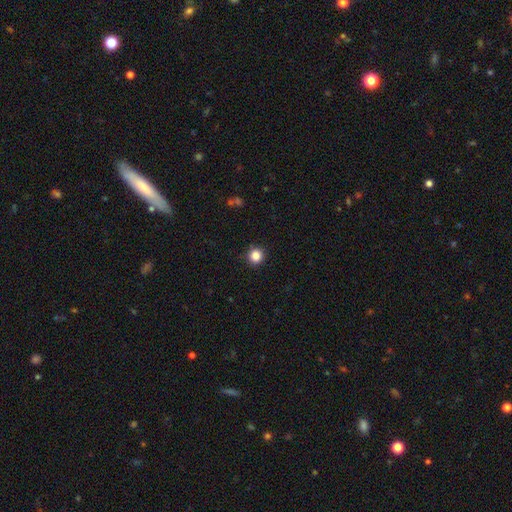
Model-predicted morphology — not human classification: Smooth or featured? Predicted: smooth (p=0.85). How rounded? Predicted: round (p=0.94). Merging? Predicted: none (p=0.91).